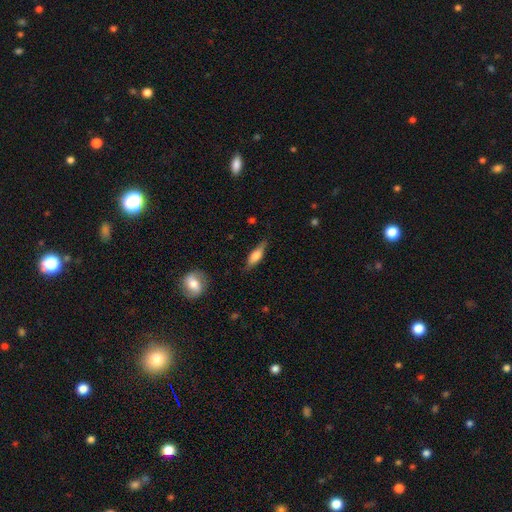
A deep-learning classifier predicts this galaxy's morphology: smooth 66%, featured or disk 28%, star or artifact 7%. Down the decision tree: how rounded — cigar-shaped (50%); merging — none (75%).